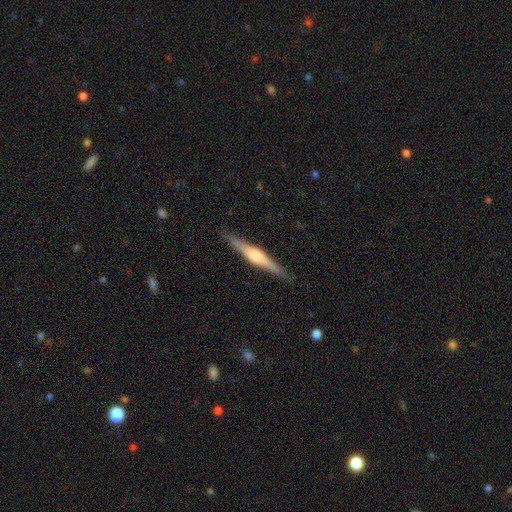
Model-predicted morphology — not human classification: This appears to be a featured or disk galaxy (70%) viewed edge-on (98%) with a rounded central bulge (74%). Merging: none (89%).